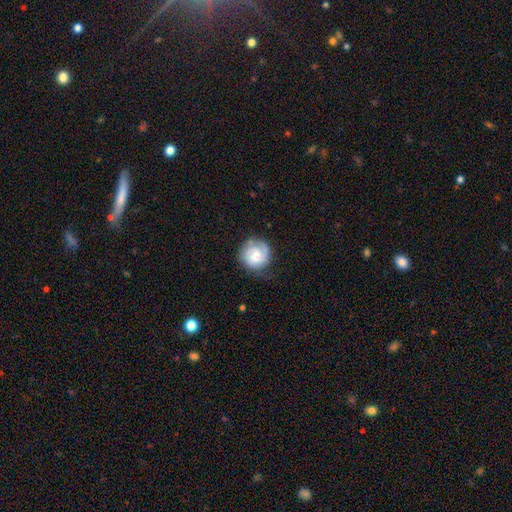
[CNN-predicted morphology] Q: Smooth or featured?
A: featured or disk (48%); runner-up: smooth (46%)
Q: Merging?
A: none (66%); runner-up: minor disturbance (24%)